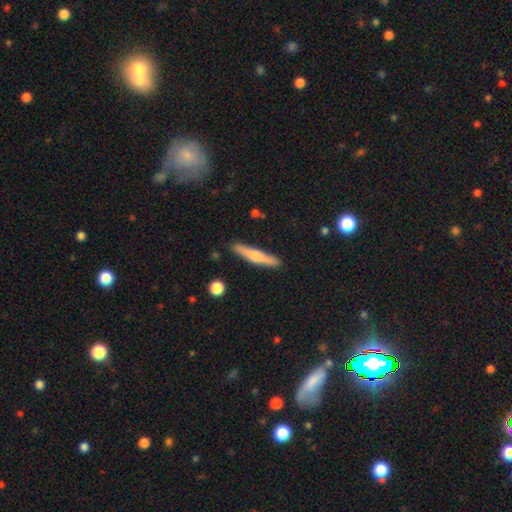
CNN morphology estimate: Smooth or featured?
  - featured or disk: 50% *
  - smooth: 45%
  - star or artifact: 6%
Merging?
  - none: 89% *
  - minor disturbance: 8%
  - major disturbance: 2%
  - merger: 2%